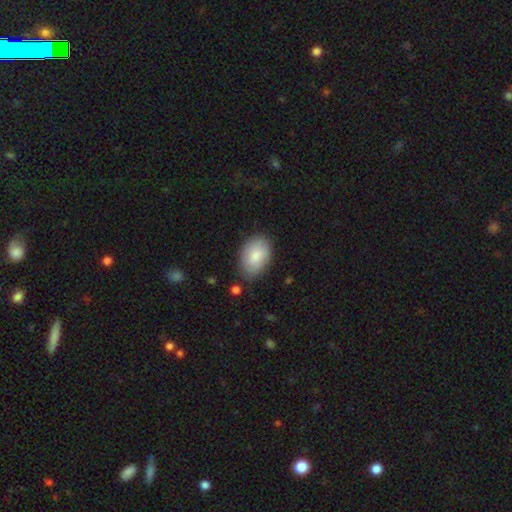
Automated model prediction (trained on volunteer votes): Smooth or featured? Predicted: smooth (p=0.80). How rounded? Predicted: in between (p=0.88). Merging? Predicted: none (p=0.79).